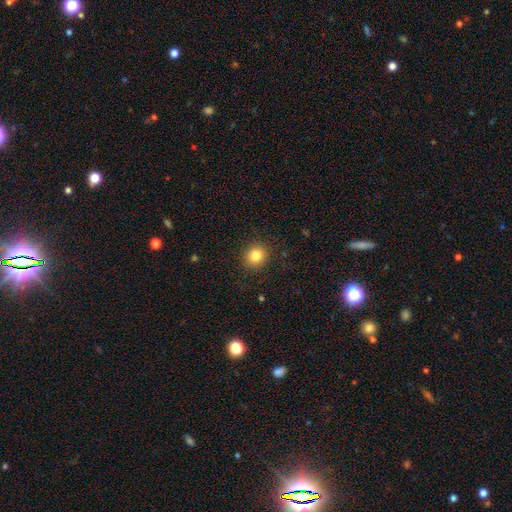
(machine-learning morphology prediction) A smooth galaxy with no disk features (83%) that is round (85%). Merging: none (90%).